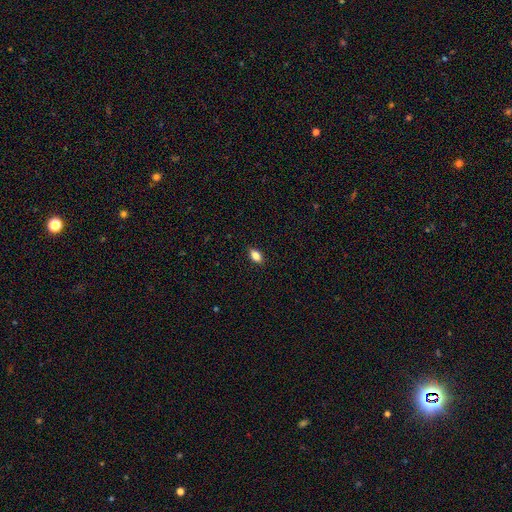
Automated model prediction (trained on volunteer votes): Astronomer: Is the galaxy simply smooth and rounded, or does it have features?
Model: smooth — 82%.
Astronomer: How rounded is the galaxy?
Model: in between — 87%.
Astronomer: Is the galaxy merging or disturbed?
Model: none — 89%.